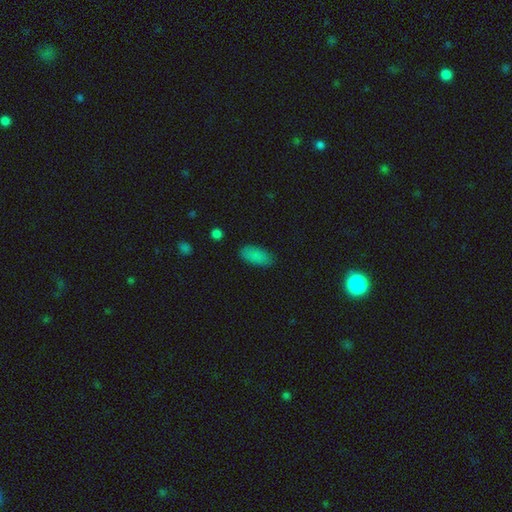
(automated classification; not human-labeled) smooth-or-featured: smooth: 87% | star or artifact: 8% | featured or disk: 5%
  how-rounded: in between: 90% | cigar-shaped: 7% | round: 2%
  merging: none: 85% | minor disturbance: 11% | major disturbance: 3% | merger: 1%